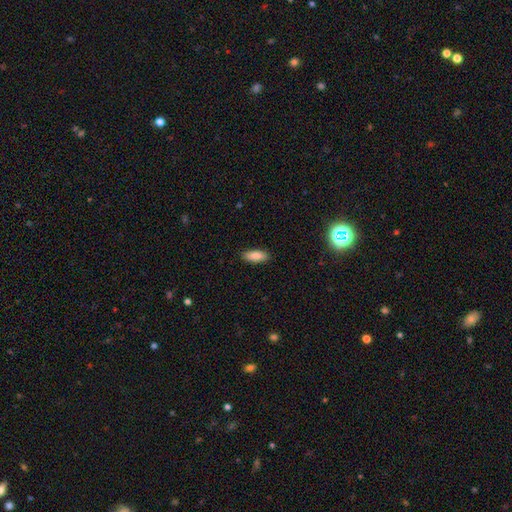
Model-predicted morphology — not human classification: Smooth or featured? smooth (85%)
How rounded? in between (76%)
Merging? none (89%)